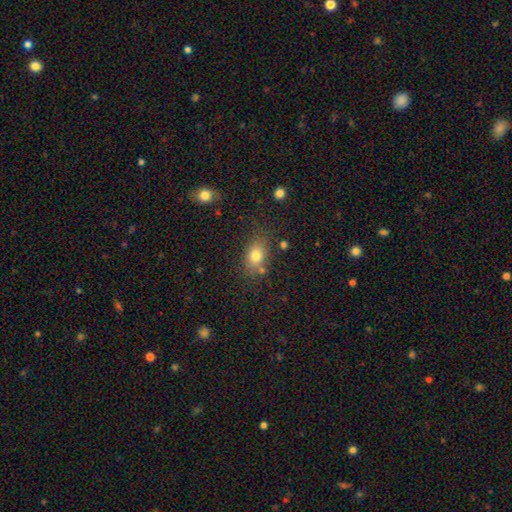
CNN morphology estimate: smooth-or-featured: smooth: 78% | star or artifact: 11% | featured or disk: 10%
  how-rounded: in between: 71% | round: 28% | cigar-shaped: 2%
  merging: none: 72% | minor disturbance: 16% | merger: 6% | major disturbance: 5%